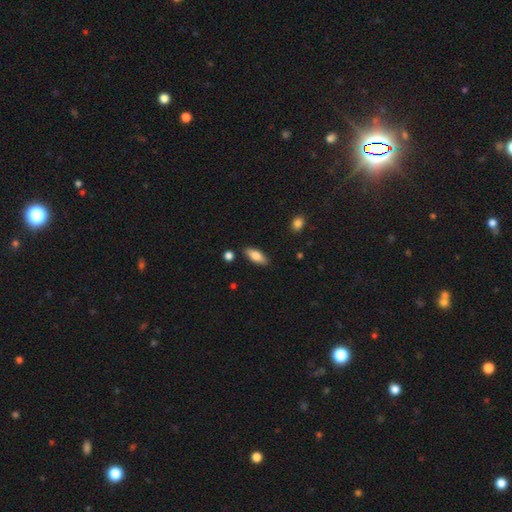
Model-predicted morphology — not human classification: This appears to be a smooth galaxy with no disk features (79%) that is in between round and cigar-shaped (74%). Merging: none (86%).